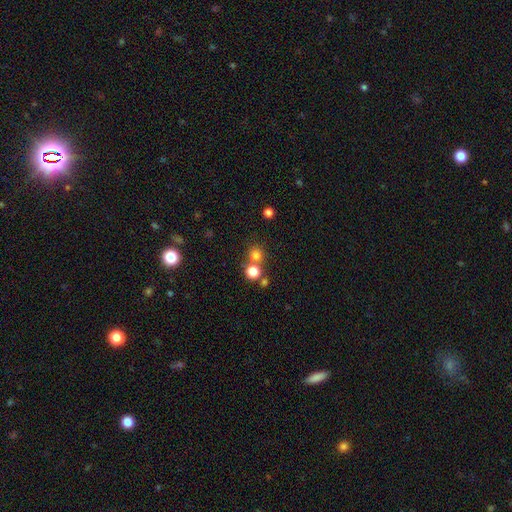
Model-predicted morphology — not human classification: Smooth or featured? Predicted: smooth (p=0.76). How rounded? Predicted: round (p=0.90). Merging? Predicted: none (p=0.63).